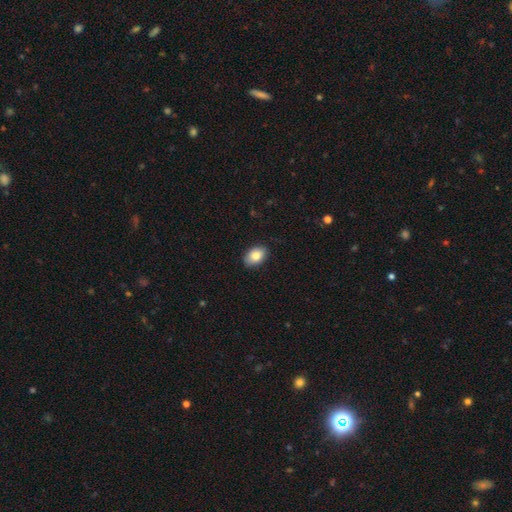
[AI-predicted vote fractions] smooth 83%, featured or disk 9%, star or artifact 7%. Down the decision tree: how rounded — in between (87%); merging — none (87%).